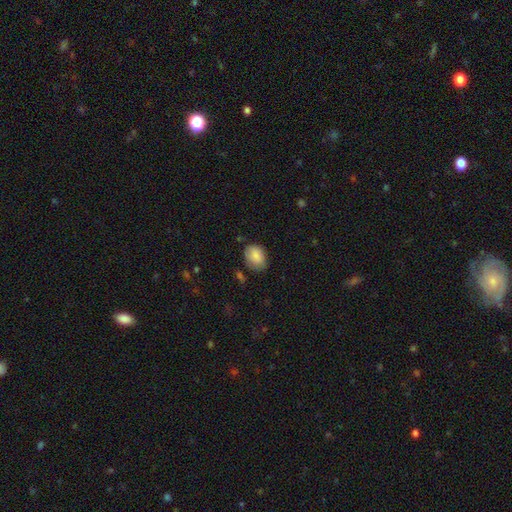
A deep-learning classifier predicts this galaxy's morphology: Overall: smooth (85%). How rounded: in between (74%). Merging: none (70%).